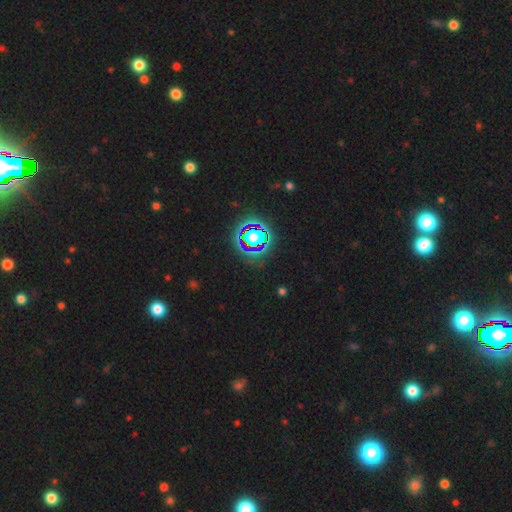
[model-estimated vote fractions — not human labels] Smooth or featured? Predicted: star or artifact (p=0.79).